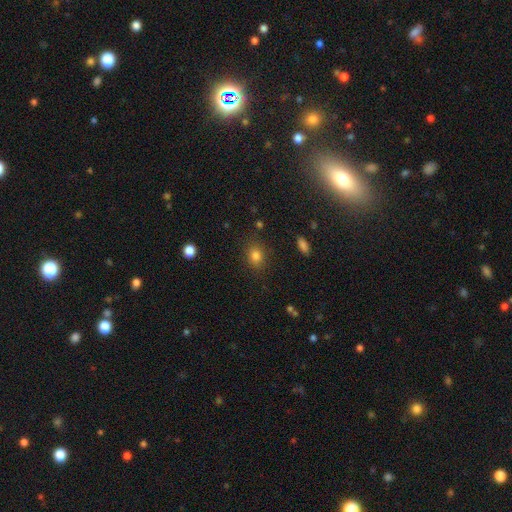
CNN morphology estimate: Smooth or featured?
  - smooth: 80% *
  - star or artifact: 13%
  - featured or disk: 7%
How rounded?
  - round: 54% *
  - in between: 45%
  - cigar-shaped: 1%
Merging?
  - none: 84% *
  - minor disturbance: 11%
  - major disturbance: 3%
  - merger: 2%